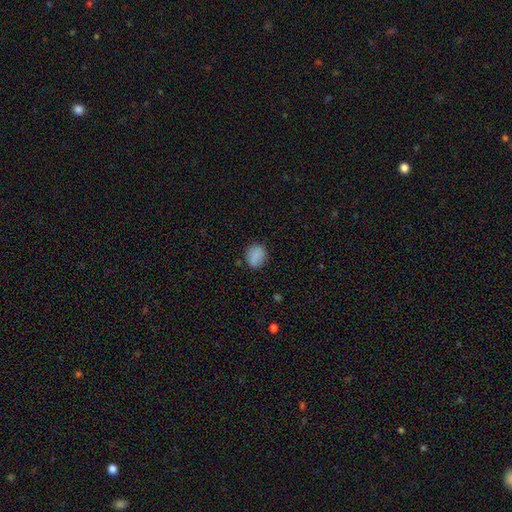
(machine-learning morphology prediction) A smooth galaxy with no disk features (85%) that is round (72%).

Vote fractions:
- Smooth or featured? smooth: 85% / star or artifact: 9% / featured or disk: 6%
- How rounded? round: 72% / in between: 27% / cigar-shaped: 1%
- Merging? none: 82% / minor disturbance: 13% / major disturbance: 3% / merger: 2%